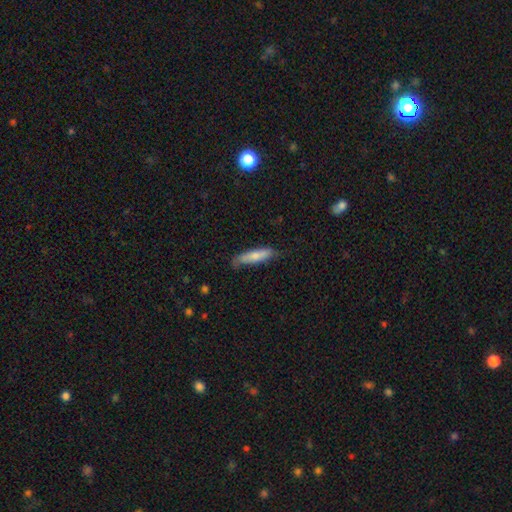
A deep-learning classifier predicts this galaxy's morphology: A smooth galaxy with no disk features (75%) that is cigar-shaped (69%). Merging: none (67%).